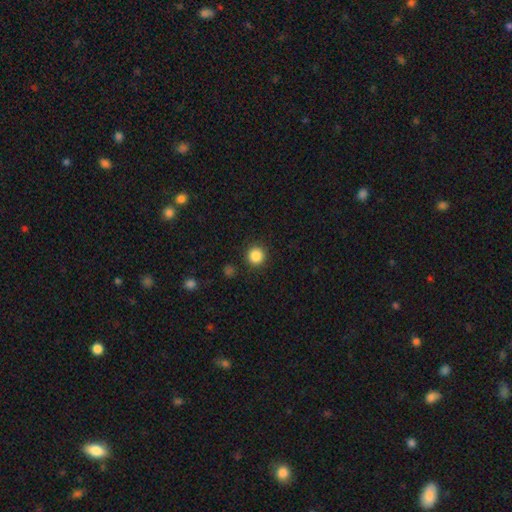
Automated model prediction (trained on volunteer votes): This appears to be a smooth galaxy with no disk features (86%) that is round (94%). Merging: none (91%).